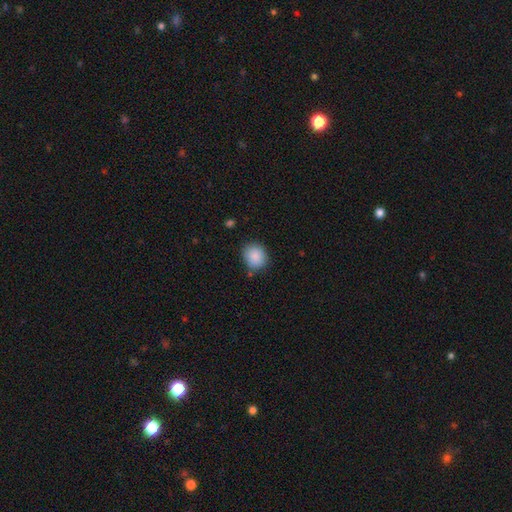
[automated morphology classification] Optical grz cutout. It shows a smooth galaxy with no disk features (88%) that is round (74%). Merging: none (79%).